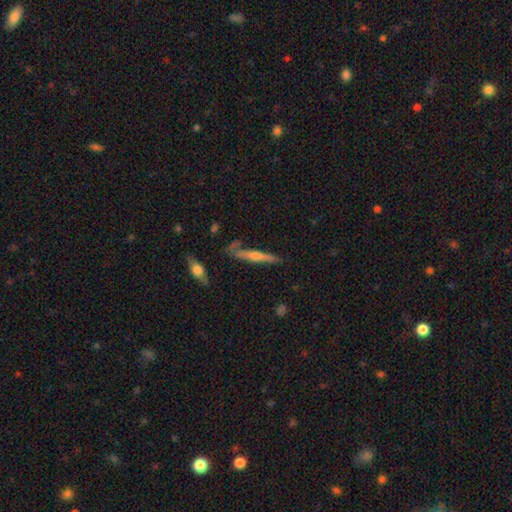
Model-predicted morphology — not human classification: smooth_or_featured: featured or disk (p=0.54) [alt: smooth p=0.40]
disk_edge_on: yes (p=0.92) [alt: no p=0.08]
merging: none (p=0.72) [alt: minor disturbance p=0.18]